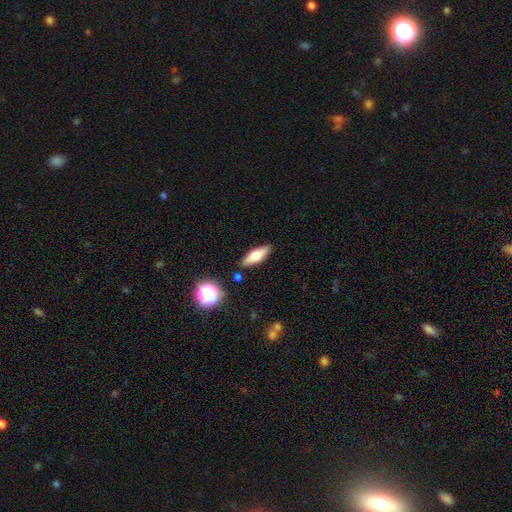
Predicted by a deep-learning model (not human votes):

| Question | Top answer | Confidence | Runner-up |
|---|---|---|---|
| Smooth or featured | smooth | 63% | featured or disk (29%) |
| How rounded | in between | 56% | cigar-shaped (40%) |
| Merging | none | 84% | minor disturbance (10%) |